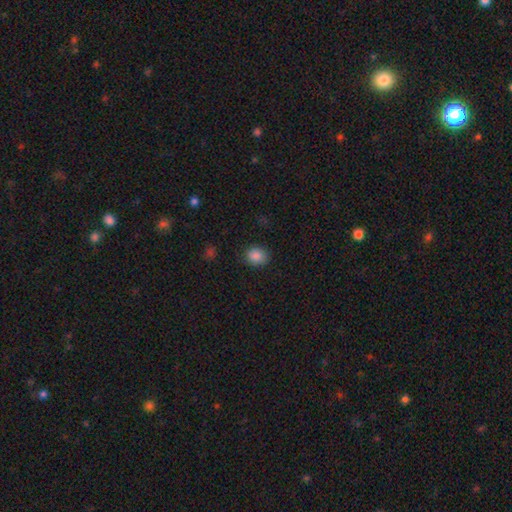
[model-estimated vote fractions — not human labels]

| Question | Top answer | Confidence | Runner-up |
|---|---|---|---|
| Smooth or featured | smooth | 86% | star or artifact (10%) |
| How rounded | round | 61% | in between (38%) |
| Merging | none | 86% | minor disturbance (10%) |